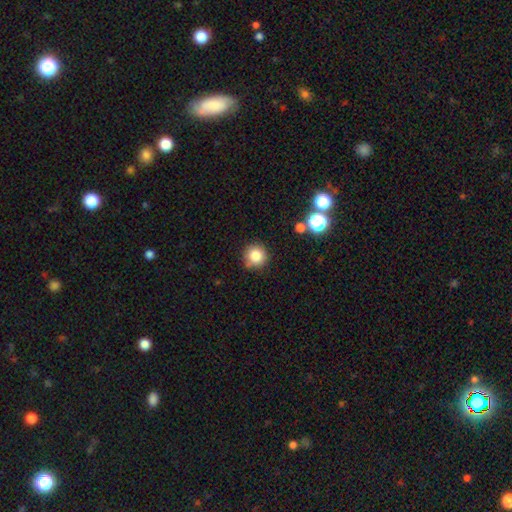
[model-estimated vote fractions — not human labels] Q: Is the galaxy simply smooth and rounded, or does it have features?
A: smooth — 81%.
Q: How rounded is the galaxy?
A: round — 94%.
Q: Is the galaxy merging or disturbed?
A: none — 83%.